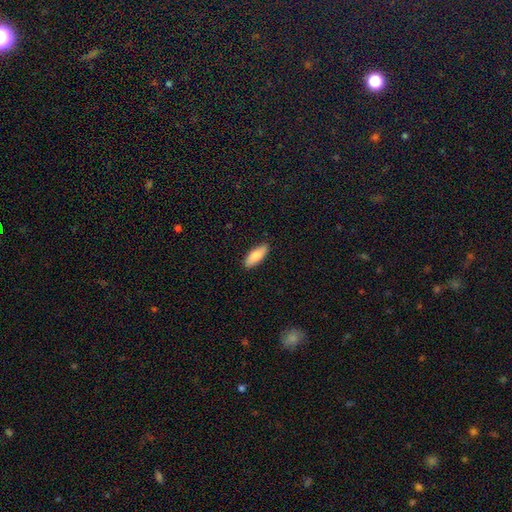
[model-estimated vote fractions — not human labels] Overall: smooth (81%). How rounded: in between (70%). Merging: none (88%).